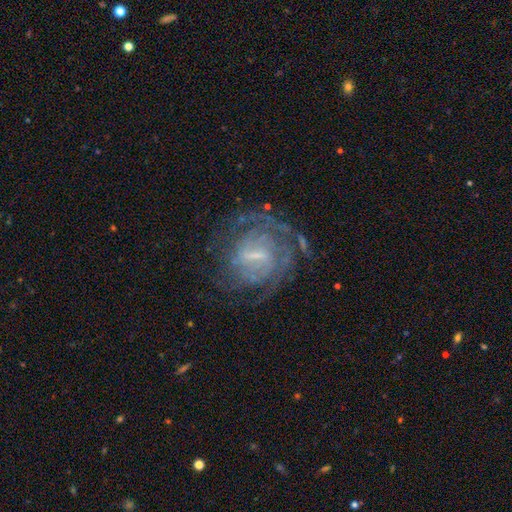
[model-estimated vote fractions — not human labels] The model was most divided on "bar": weak: 52%, strong: 31%, no: 17%. Remaining: edge-on disk — no (97%); spiral arms — yes (88%); smooth or featured — featured or disk (82%); merging — none (65%); spiral winding — tight (59%); bulge size — small (57%); spiral arm count — can't tell (45%).